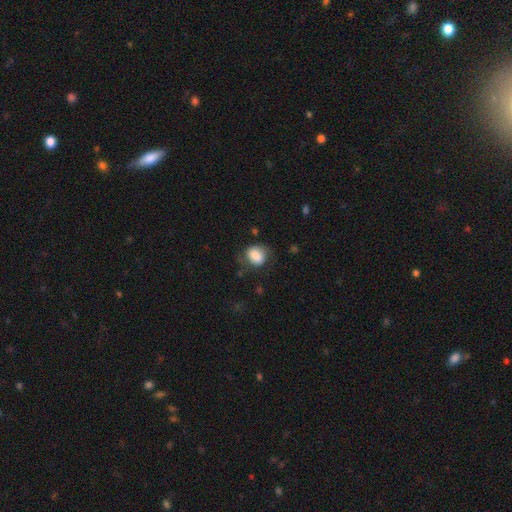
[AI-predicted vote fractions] A smooth galaxy with no disk features (80%) that is in between round and cigar-shaped (55%).

Vote fractions:
- Smooth or featured? smooth: 80% / featured or disk: 12% / star or artifact: 8%
- How rounded? in between: 55% / round: 44% / cigar-shaped: 1%
- Merging? none: 59% / minor disturbance: 25% / major disturbance: 14% / merger: 2%